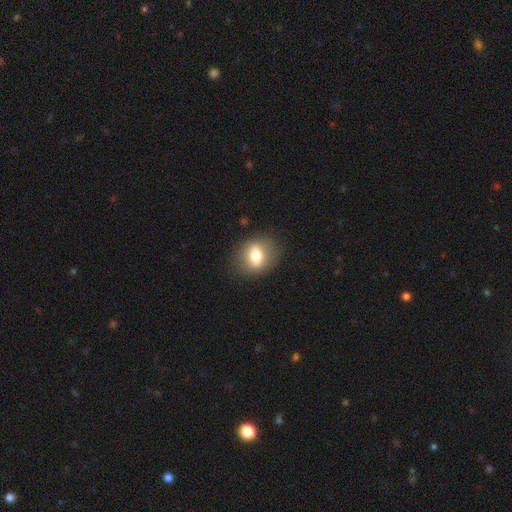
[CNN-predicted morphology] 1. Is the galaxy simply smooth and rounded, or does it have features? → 70% smooth, 21% featured or disk, 9% star or artifact.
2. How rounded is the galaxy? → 50% in between, 48% round, 2% cigar-shaped.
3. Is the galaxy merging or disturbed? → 84% none, 11% minor disturbance, 4% major disturbance, 1% merger.